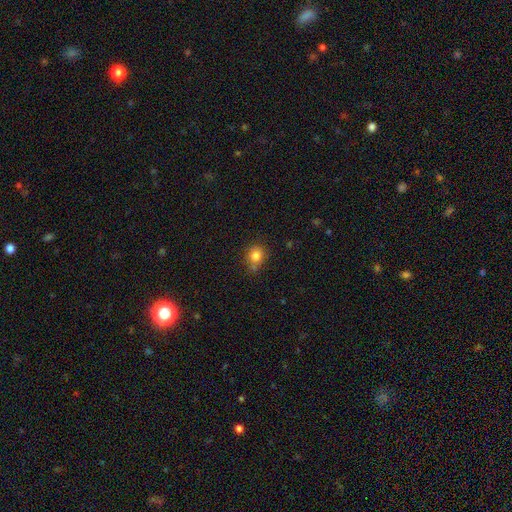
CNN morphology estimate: The model was most divided on "merging": none: 66%, minor disturbance: 19%, merger: 11%, major disturbance: 4%. More confident: smooth or featured — smooth (81%); how rounded — round (78%).